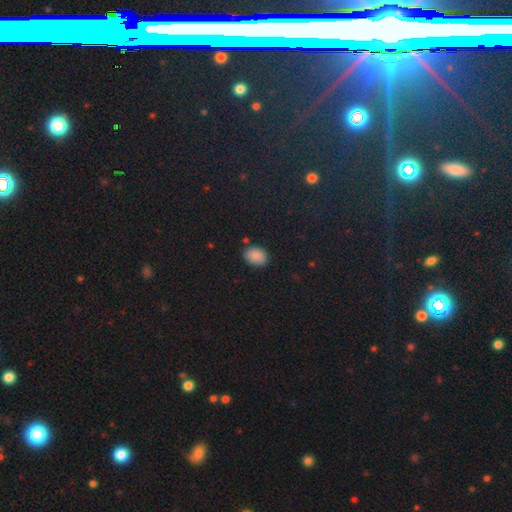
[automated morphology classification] smooth 87%, star or artifact 9%, featured or disk 4%. Down the decision tree: how rounded — in between (78%); merging — none (82%).